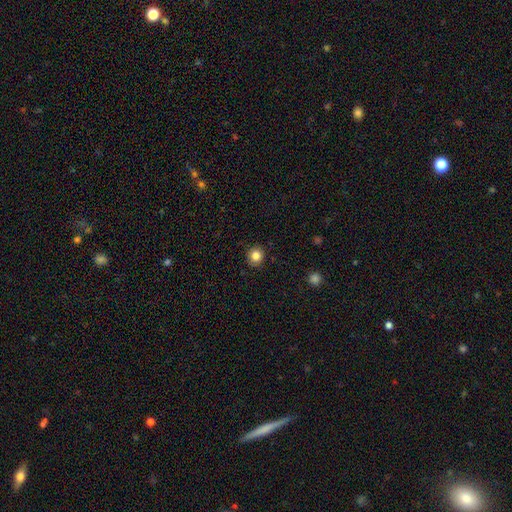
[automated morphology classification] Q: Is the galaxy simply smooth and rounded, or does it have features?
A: smooth — 83%.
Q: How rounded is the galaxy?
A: round — 91%.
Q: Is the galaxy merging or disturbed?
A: none — 91%.